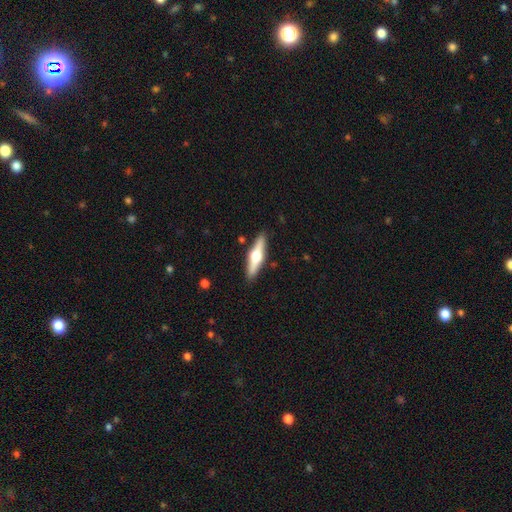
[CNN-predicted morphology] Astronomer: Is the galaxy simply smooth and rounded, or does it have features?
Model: featured or disk — 59% (runner-up: smooth, 36%).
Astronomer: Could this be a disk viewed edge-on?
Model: yes — 95%.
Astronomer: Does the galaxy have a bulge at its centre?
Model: rounded — 94%.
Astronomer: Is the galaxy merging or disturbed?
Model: none — 89%.